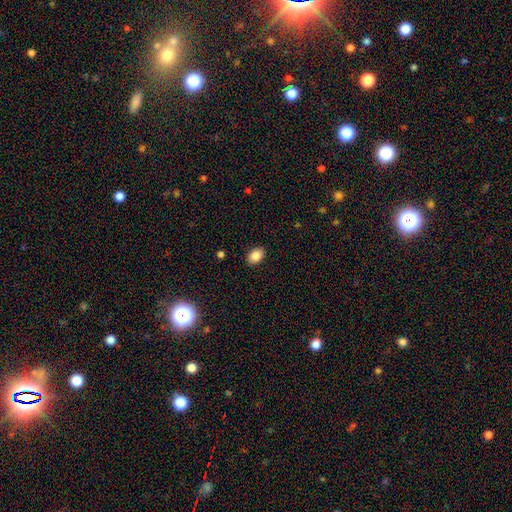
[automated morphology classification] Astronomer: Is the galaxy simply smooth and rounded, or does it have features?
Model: smooth — 87%.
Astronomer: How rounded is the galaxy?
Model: in between — 81%.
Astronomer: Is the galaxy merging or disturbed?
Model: none — 89%.